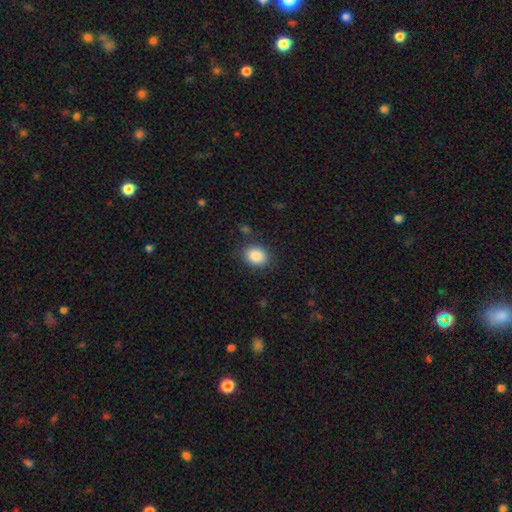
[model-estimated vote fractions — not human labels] A smooth galaxy with no disk features (88%) that is in between round and cigar-shaped (57%). Merging: none (84%).